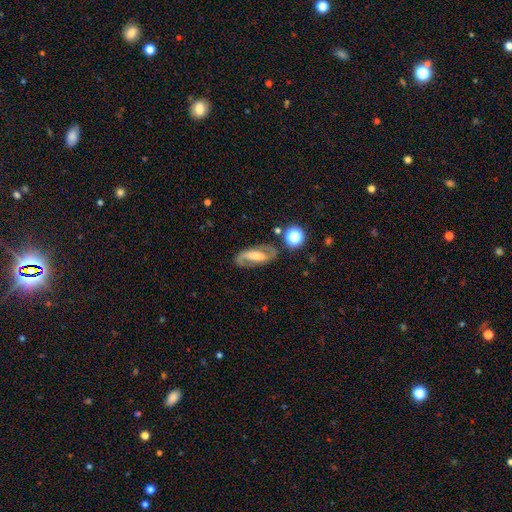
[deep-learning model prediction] This is likely a featured or disk galaxy (75%). It is clearly not viewed edge-on (93%). Bar: possibly strong (45%). Spiral arm pattern: clearly yes (89%). Spiral arm count: clearly 2 (87%). Spiral winding: possibly medium (50%). Central bulge: possibly moderate (47%). Merging: likely none (77%).